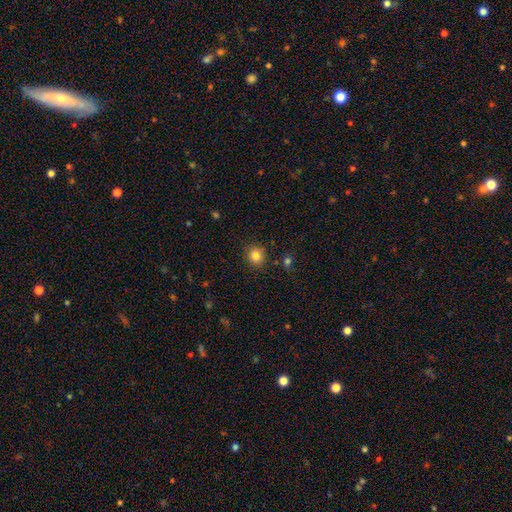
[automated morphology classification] The model was most divided on "smooth or featured": smooth: 84%, star or artifact: 11%, featured or disk: 5%. More confident: merging — none (87%); how rounded — round (87%).